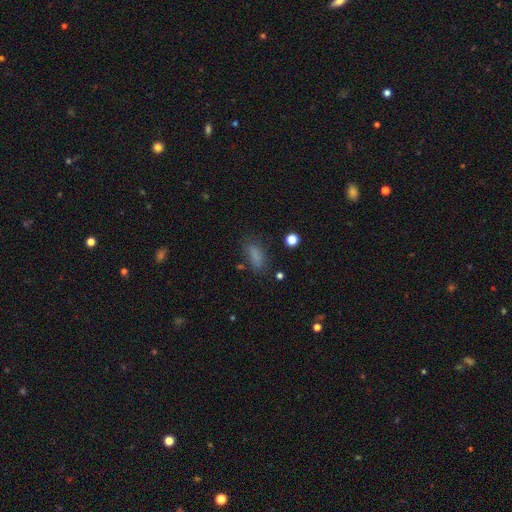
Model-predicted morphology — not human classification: type=smooth (79%); roundness=in between (76%); merging=none (70%).